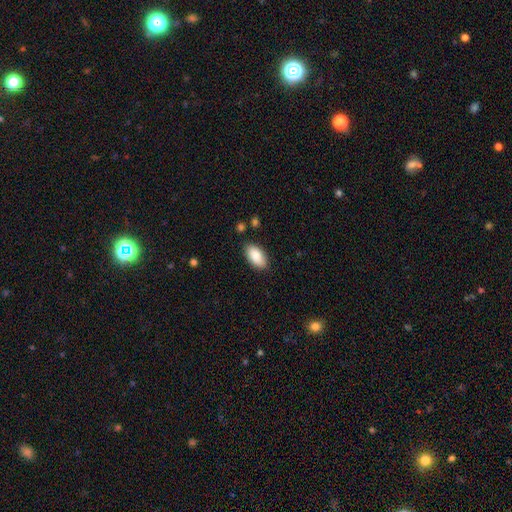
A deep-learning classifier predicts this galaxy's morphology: type=smooth (86%); roundness=in between (94%); merging=none (85%).